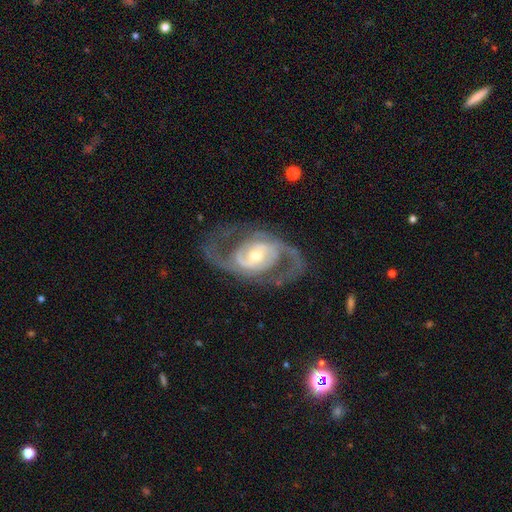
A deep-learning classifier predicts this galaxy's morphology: smooth_or_featured: featured or disk (p=0.91) [alt: smooth p=0.05]
disk_edge_on: no (p=0.97) [alt: yes p=0.03]
bar: no (p=0.42) [alt: weak p=0.38]
has_spiral_arms: yes (p=0.95) [alt: no p=0.05]
spiral_winding: medium (p=0.57) [alt: loose p=0.23]
spiral_arm_count: 2 (p=0.90) [alt: can't tell p=0.04]
bulge_size: moderate (p=0.55) [alt: small p=0.38]
merging: none (p=0.74) [alt: minor disturbance p=0.13]